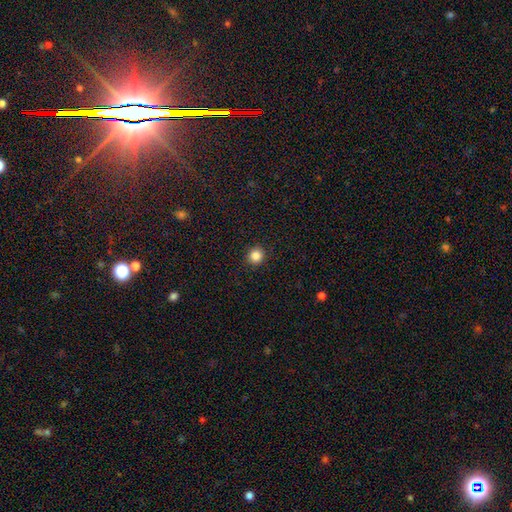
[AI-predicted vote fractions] Smooth or featured? smooth (86%)
How rounded? round (92%)
Merging? none (93%)